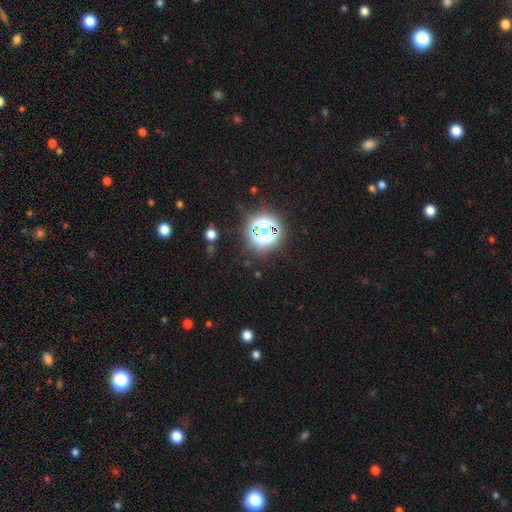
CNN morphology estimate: The model was most divided on "smooth or featured": star or artifact: 81%, smooth: 13%, featured or disk: 6%.